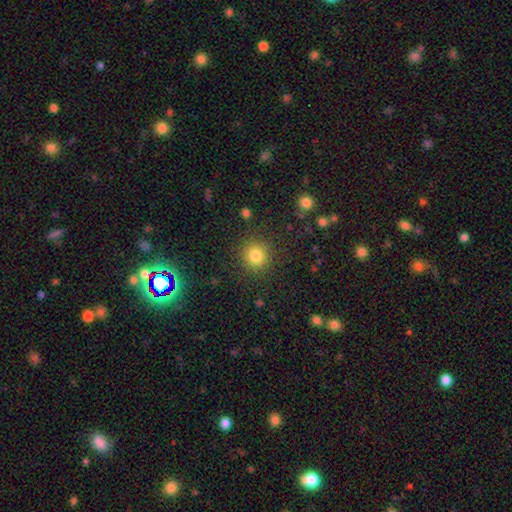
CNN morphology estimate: Smooth or featured?
  - smooth: 82% *
  - star or artifact: 12%
  - featured or disk: 6%
How rounded?
  - round: 93% *
  - in between: 6%
  - cigar-shaped: 1%
Merging?
  - none: 89% *
  - minor disturbance: 6%
  - major disturbance: 3%
  - merger: 1%